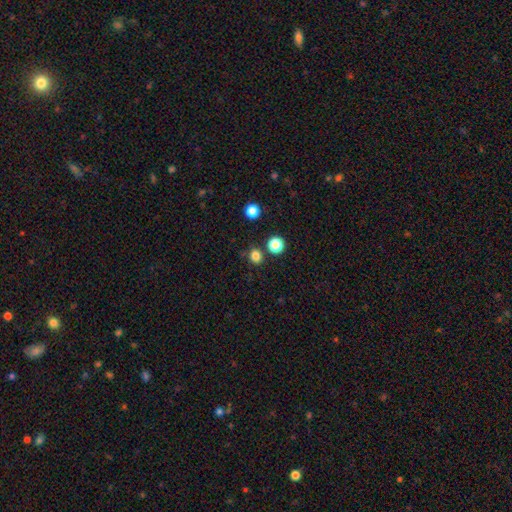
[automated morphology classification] type=smooth (81%); roundness=round (78%); merging=none (82%).